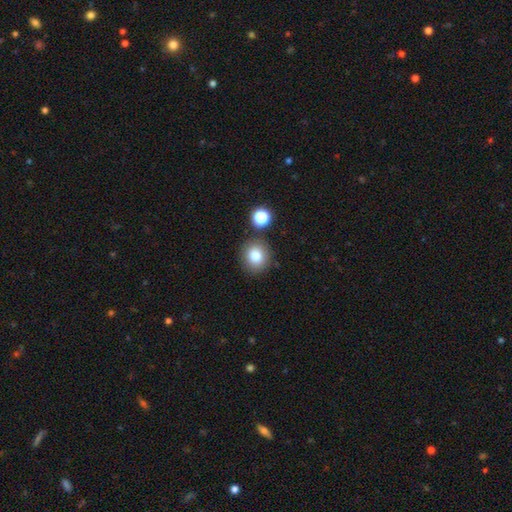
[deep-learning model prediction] Q: Smooth or featured?
A: smooth (81%); runner-up: star or artifact (11%)
Q: How rounded?
A: round (82%); runner-up: in between (17%)
Q: Merging?
A: none (80%); runner-up: minor disturbance (10%)